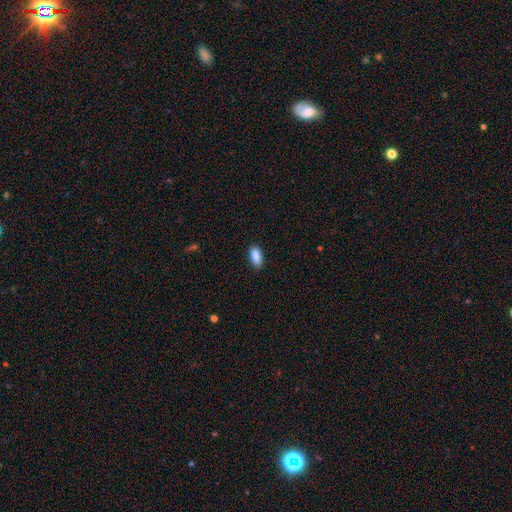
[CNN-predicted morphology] Smooth or featured?
  - smooth: 89% *
  - star or artifact: 7%
  - featured or disk: 4%
How rounded?
  - in between: 87% *
  - cigar-shaped: 10%
  - round: 3%
Merging?
  - none: 84% *
  - minor disturbance: 12%
  - major disturbance: 2%
  - merger: 1%